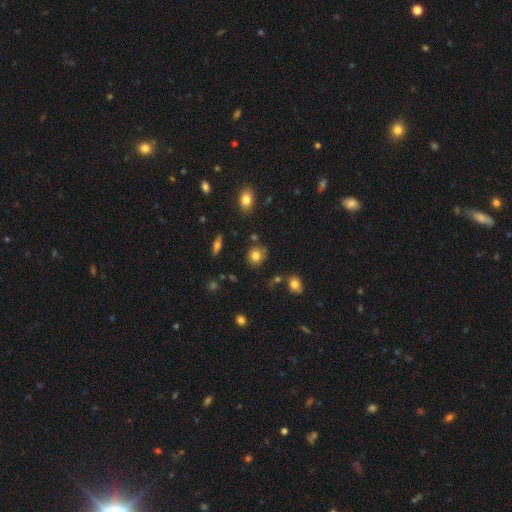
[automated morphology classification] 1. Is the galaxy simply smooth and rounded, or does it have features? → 79% smooth, 11% star or artifact, 10% featured or disk.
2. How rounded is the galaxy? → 71% round, 28% in between, 1% cigar-shaped.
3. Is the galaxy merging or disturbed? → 79% none, 13% minor disturbance, 4% merger, 4% major disturbance.